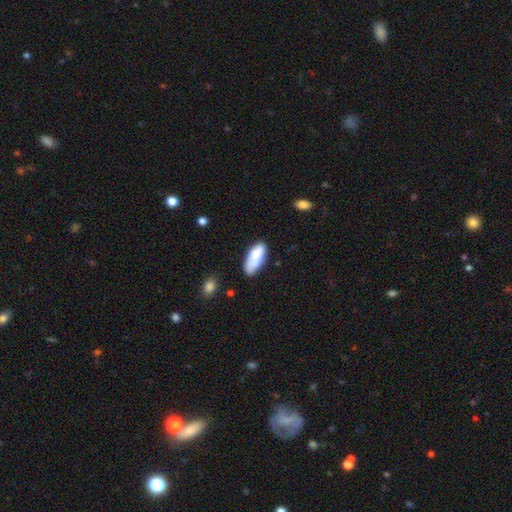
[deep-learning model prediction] Q: Smooth or featured?
A: smooth (68%); runner-up: featured or disk (26%)
Q: How rounded?
A: in between (82%); runner-up: cigar-shaped (15%)
Q: Merging?
A: none (46%); runner-up: minor disturbance (24%)